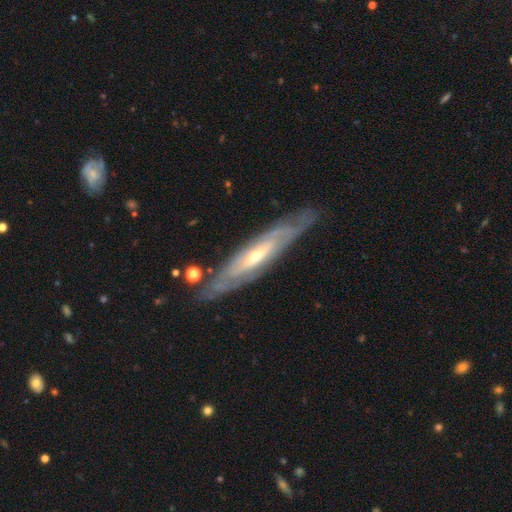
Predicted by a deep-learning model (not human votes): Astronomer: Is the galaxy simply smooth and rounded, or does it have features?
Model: featured or disk — 79%.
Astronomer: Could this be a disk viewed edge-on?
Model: no — 55% (runner-up: yes, 45%).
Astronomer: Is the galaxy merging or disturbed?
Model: none — 80%.